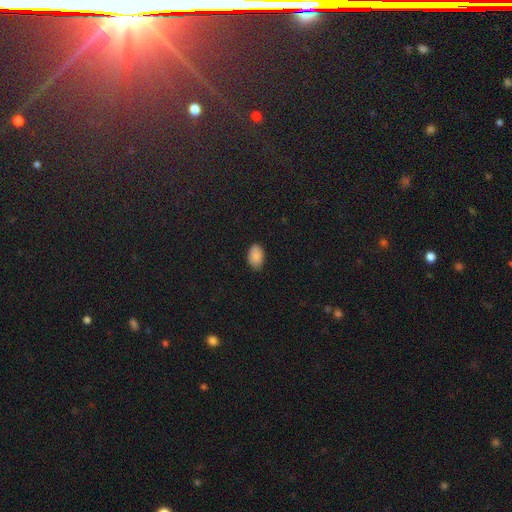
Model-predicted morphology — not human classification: Smooth or featured? Predicted: smooth (p=0.86). How rounded? Predicted: in between (p=0.91). Merging? Predicted: none (p=0.80).